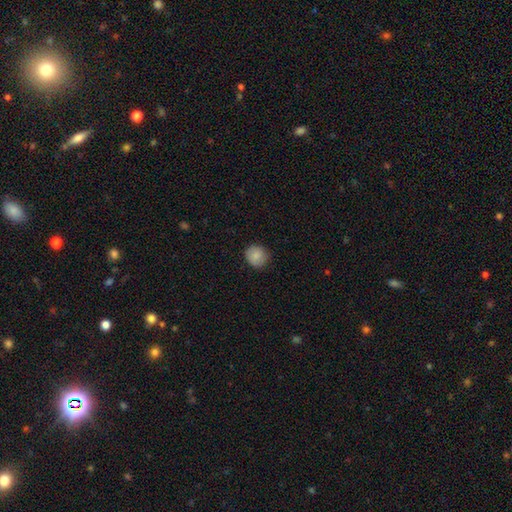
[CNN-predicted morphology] A smooth galaxy with no disk features (86%) that is round (89%).

Vote fractions:
- Smooth or featured? smooth: 86% / star or artifact: 8% / featured or disk: 6%
- How rounded? round: 89% / in between: 10% / cigar-shaped: 1%
- Merging? none: 86% / minor disturbance: 11% / major disturbance: 2% / merger: 1%